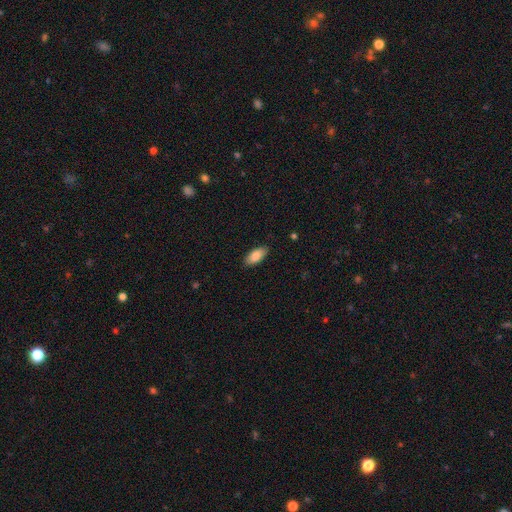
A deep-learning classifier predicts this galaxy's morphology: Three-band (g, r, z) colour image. It shows a smooth galaxy with no disk features (86%) that is in between round and cigar-shaped (88%). Merging: none (86%).